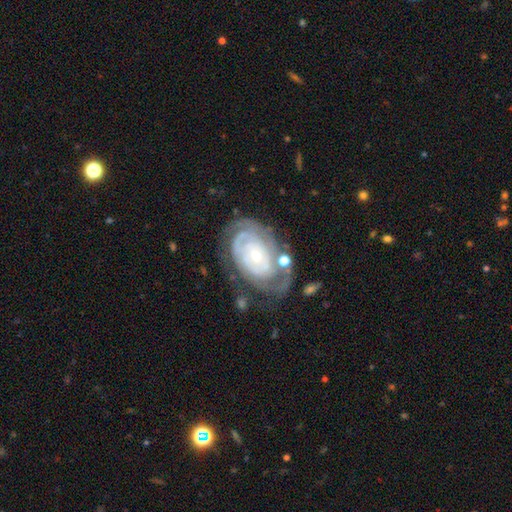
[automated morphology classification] The model was most divided on "spiral arm count": can't tell: 45%, 2: 25%, 3: 12%, 1: 7%, 4: 7%, more than 4: 5%. More confident: edge-on disk — no (96%); spiral arms — yes (89%); smooth or featured — featured or disk (83%); spiral winding — tight (80%); bar — no (79%); bulge size — small (74%); merging — none (58%).